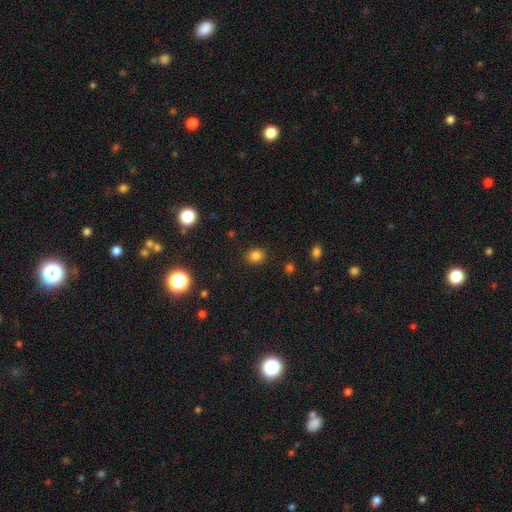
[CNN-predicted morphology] Smooth or featured?
  - smooth: 82% *
  - star or artifact: 13%
  - featured or disk: 5%
How rounded?
  - round: 75% *
  - in between: 24%
  - cigar-shaped: 1%
Merging?
  - none: 89% *
  - minor disturbance: 7%
  - major disturbance: 3%
  - merger: 1%